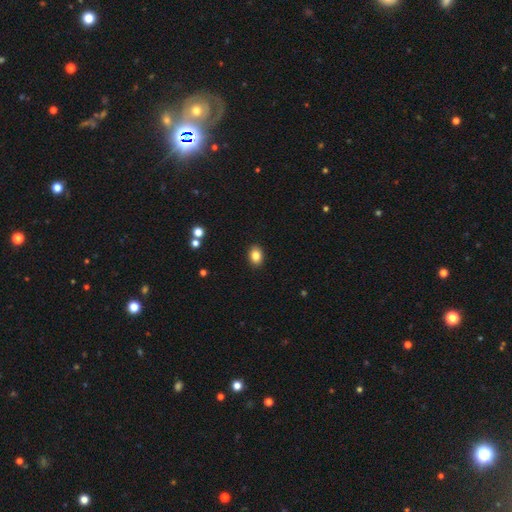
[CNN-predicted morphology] Smooth or featured: smooth — 84% (star or artifact — 9%)
How rounded: in between — 70% (round — 29%)
Merging: none — 91% (minor disturbance — 7%)